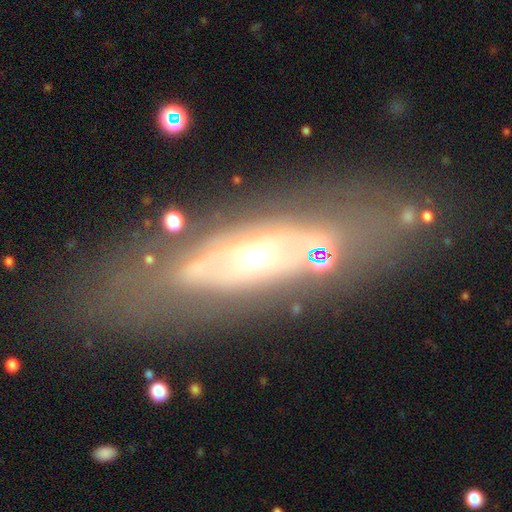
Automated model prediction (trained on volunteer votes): Morphology: type=featured or disk (67%); edge-on=no (73%); merging=none (67%).